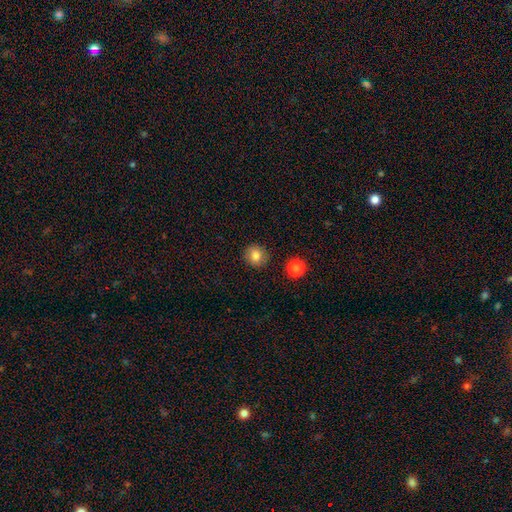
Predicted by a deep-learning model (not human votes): smooth-or-featured: smooth: 81% | star or artifact: 11% | featured or disk: 8%
  how-rounded: round: 90% | in between: 9% | cigar-shaped: 1%
  merging: none: 90% | minor disturbance: 7% | major disturbance: 2% | merger: 2%